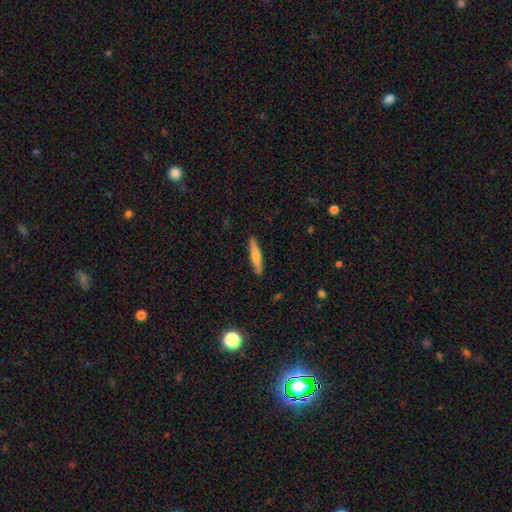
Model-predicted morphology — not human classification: Overall: smooth (56%; featured or disk 38%). How rounded: cigar-shaped (87%). Merging: none (90%).